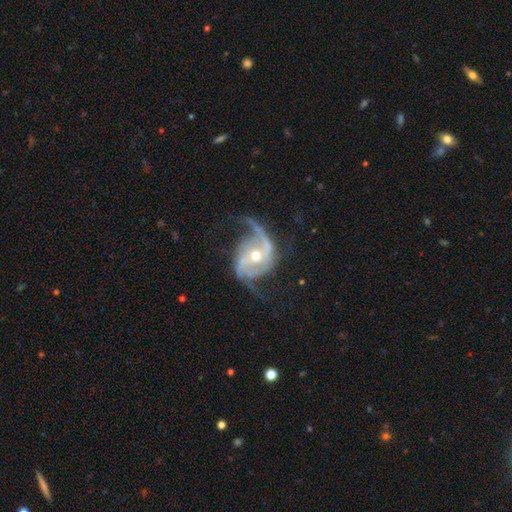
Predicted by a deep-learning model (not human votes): Smooth or featured?
  - featured or disk: 91% *
  - star or artifact: 5%
  - smooth: 4%
Edge-on disk?
  - no: 97% *
  - yes: 3%
Bar?
  - no: 44% *
  - weak: 32%
  - strong: 24%
Spiral arms?
  - yes: 97% *
  - no: 3%
Spiral winding?
  - loose: 53% *
  - medium: 37%
  - tight: 10%
Spiral arm count?
  - 2: 84% *
  - 3: 6%
  - can't tell: 3%
  - 1: 3%
  - 4: 2%
  - more than 4: 2%
Bulge size?
  - moderate: 58% *
  - small: 37%
  - large: 3%
  - none: 1%
  - dominant: 1%
Merging?
  - none: 65% *
  - minor disturbance: 19%
  - major disturbance: 14%
  - merger: 2%